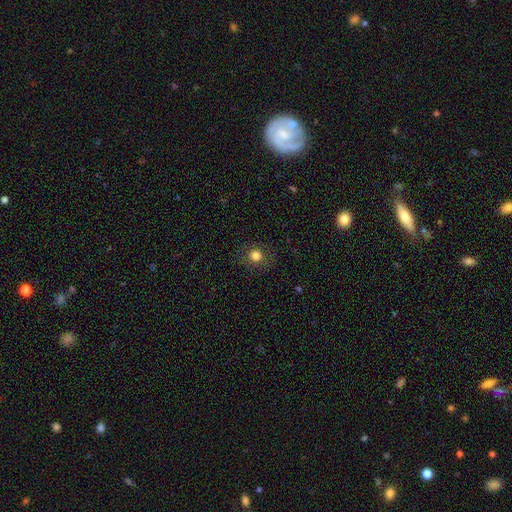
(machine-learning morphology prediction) Q: Smooth or featured?
A: smooth (79%); runner-up: star or artifact (12%)
Q: How rounded?
A: round (84%); runner-up: in between (16%)
Q: Merging?
A: none (86%); runner-up: minor disturbance (9%)